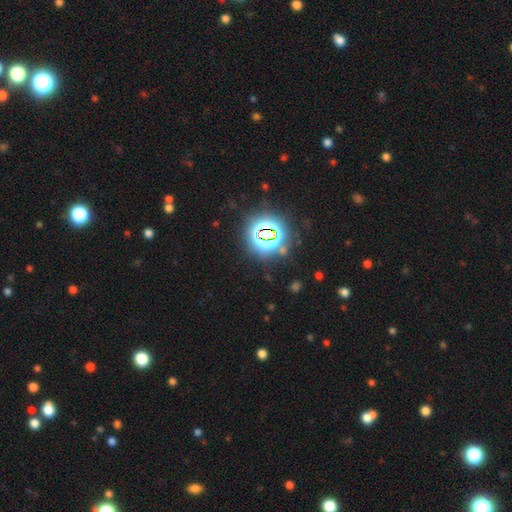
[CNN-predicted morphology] Smooth or featured? Predicted: star or artifact (p=0.84).